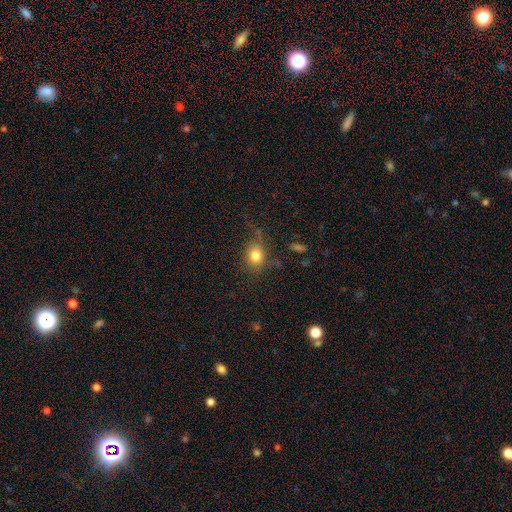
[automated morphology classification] A smooth galaxy with no disk features (79%) that is round (61%).

Vote fractions:
- Smooth or featured? smooth: 79% / star or artifact: 12% / featured or disk: 10%
- How rounded? round: 61% / in between: 38% / cigar-shaped: 2%
- Merging? none: 61% / minor disturbance: 22% / major disturbance: 14% / merger: 3%